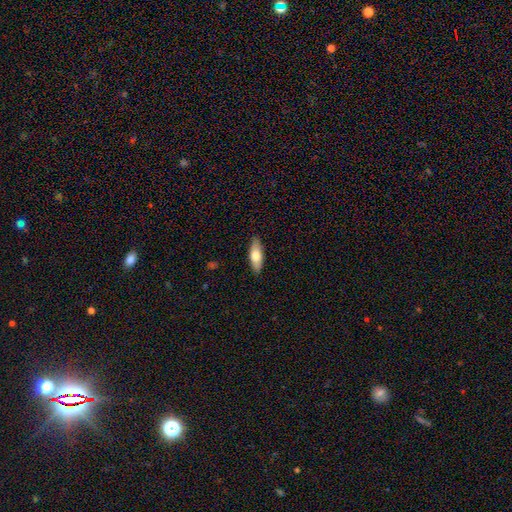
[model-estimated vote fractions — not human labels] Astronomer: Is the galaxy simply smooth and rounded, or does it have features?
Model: smooth — 67%.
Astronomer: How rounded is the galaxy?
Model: in between — 66%.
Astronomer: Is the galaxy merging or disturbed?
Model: none — 89%.